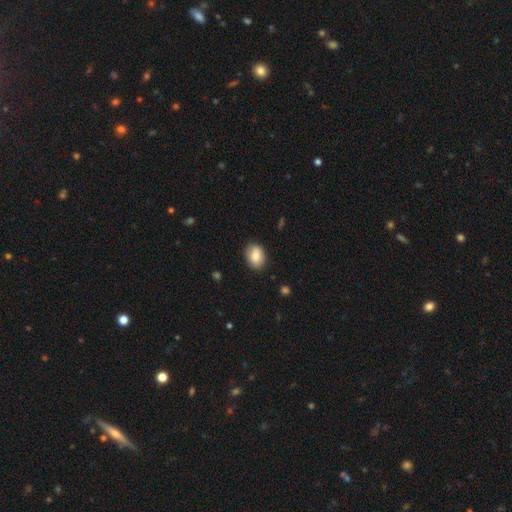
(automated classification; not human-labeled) The model was most divided on "how rounded": in between: 80%, round: 19%, cigar-shaped: 1%. More confident: merging — none (85%); smooth or featured — smooth (84%).